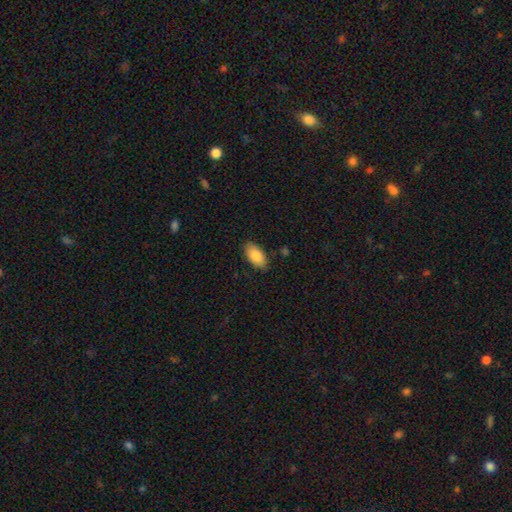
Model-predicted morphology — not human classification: This appears to be a smooth galaxy with no disk features (87%) that is in between round and cigar-shaped (94%). Merging: none (86%).